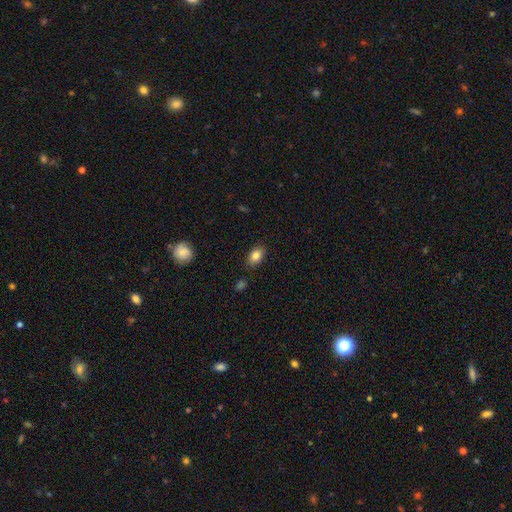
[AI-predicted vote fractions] smooth 84%, star or artifact 9%, featured or disk 8%. Down the decision tree: how rounded — in between (84%); merging — none (83%).